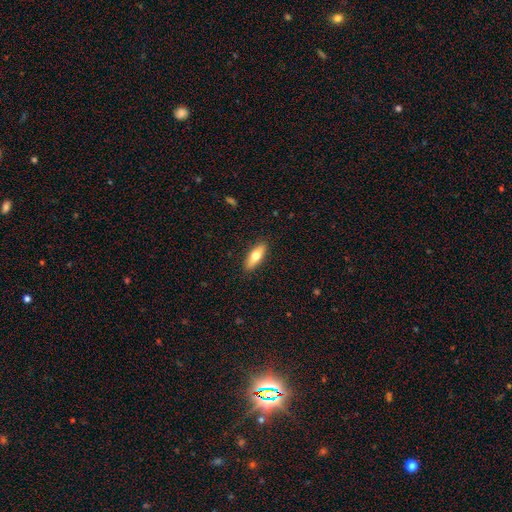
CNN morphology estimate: smooth_or_featured: smooth (p=0.67) [alt: featured or disk p=0.27]
how_rounded: in between (p=0.60) [alt: cigar-shaped p=0.38]
merging: none (p=0.89) [alt: minor disturbance p=0.08]